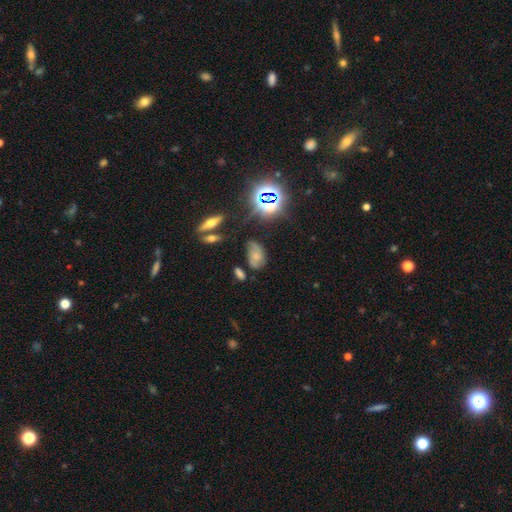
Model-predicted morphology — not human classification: Smooth or featured? Predicted: smooth (p=0.44). Merging? Predicted: none (p=0.53).